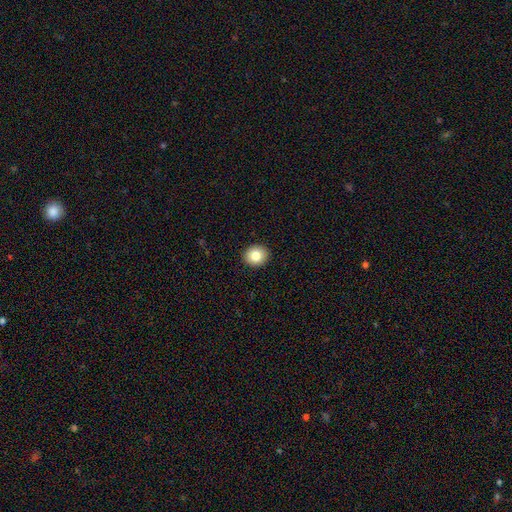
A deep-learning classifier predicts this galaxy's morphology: Overall: smooth (83%). How rounded: round (83%). Merging: none (93%).